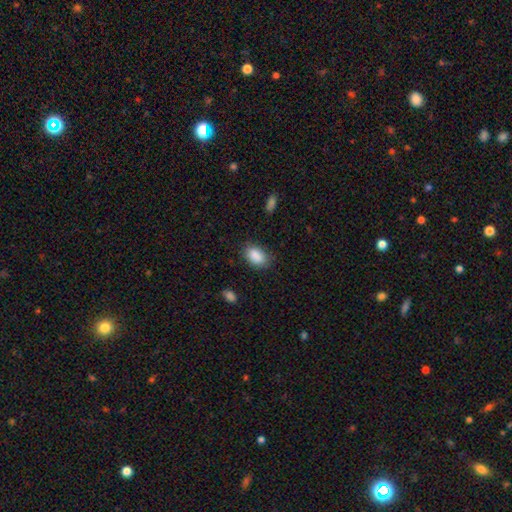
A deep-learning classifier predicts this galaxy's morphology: This is clearly a smooth galaxy (89%). How rounded: clearly in between (89%). Merging: likely none (79%).